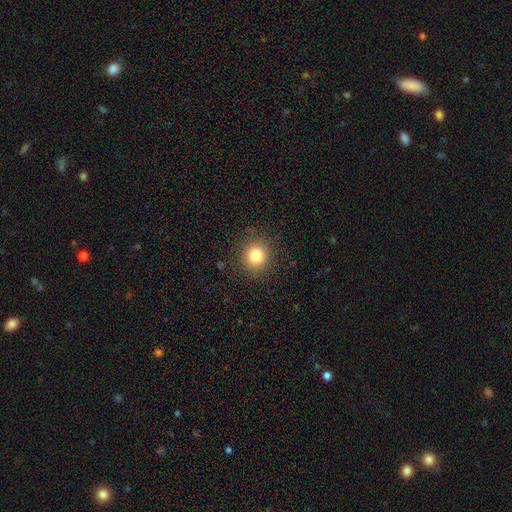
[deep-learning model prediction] This is clearly a smooth galaxy (81%). How rounded: clearly round (88%). Merging: clearly none (89%).